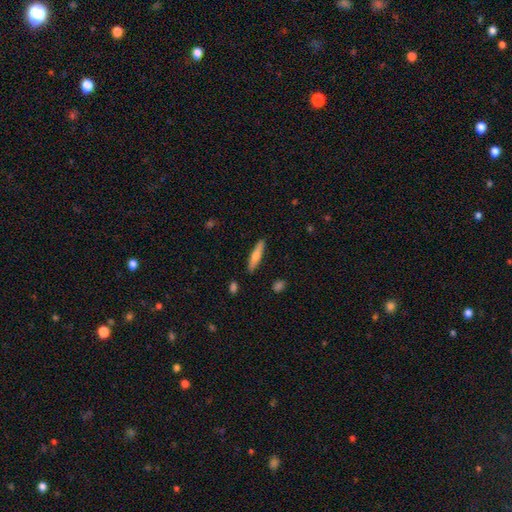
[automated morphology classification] Overall: smooth (59%; featured or disk 35%). How rounded: cigar-shaped (84%). Merging: none (88%).